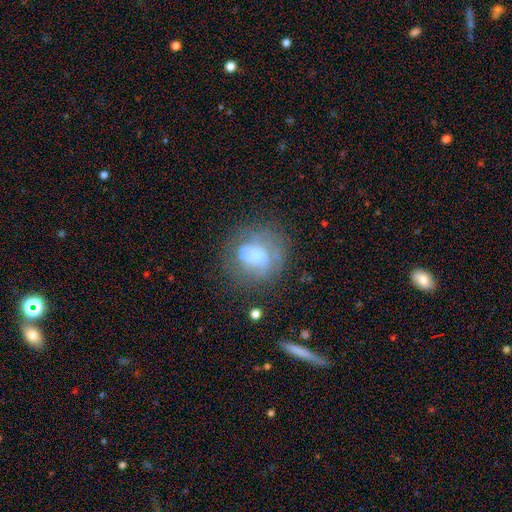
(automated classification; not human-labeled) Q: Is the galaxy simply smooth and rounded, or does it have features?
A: smooth — 52%.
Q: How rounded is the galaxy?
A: round — 79%.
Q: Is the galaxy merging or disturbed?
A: none — 54%.